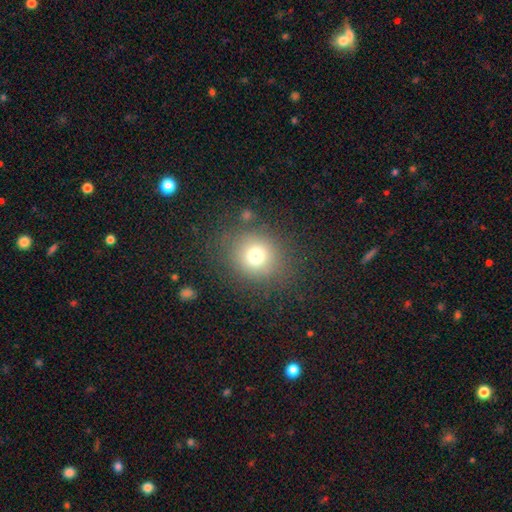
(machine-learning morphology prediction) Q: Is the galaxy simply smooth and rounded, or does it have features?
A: smooth — 72%.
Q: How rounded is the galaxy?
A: round — 84%.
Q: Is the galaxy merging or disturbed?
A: none — 81%.